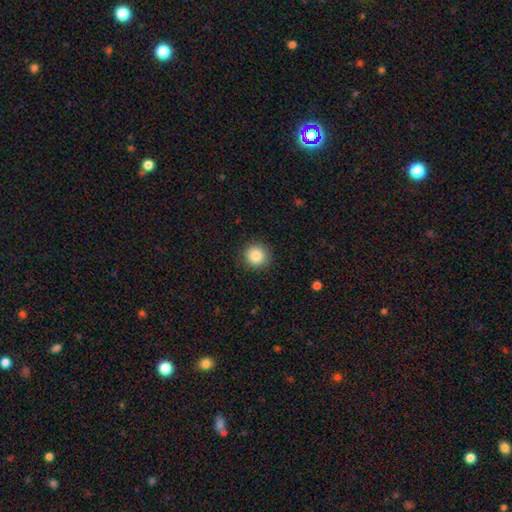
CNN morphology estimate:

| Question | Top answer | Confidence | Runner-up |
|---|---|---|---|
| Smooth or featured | smooth | 86% | star or artifact (9%) |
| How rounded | round | 93% | in between (6%) |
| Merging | none | 90% | minor disturbance (6%) |